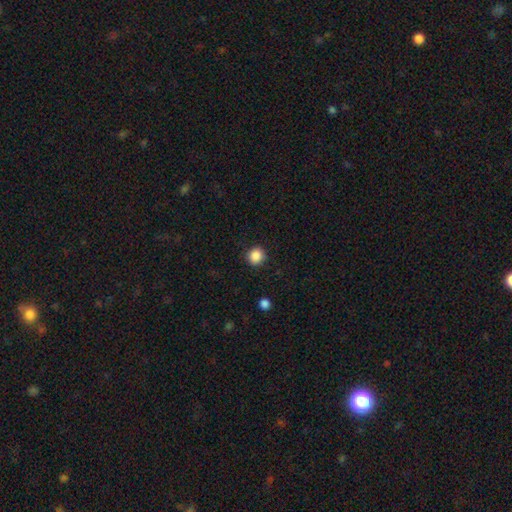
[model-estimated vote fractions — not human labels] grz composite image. It shows a smooth galaxy with no disk features (87%) that is round (90%). Merging: none (90%).